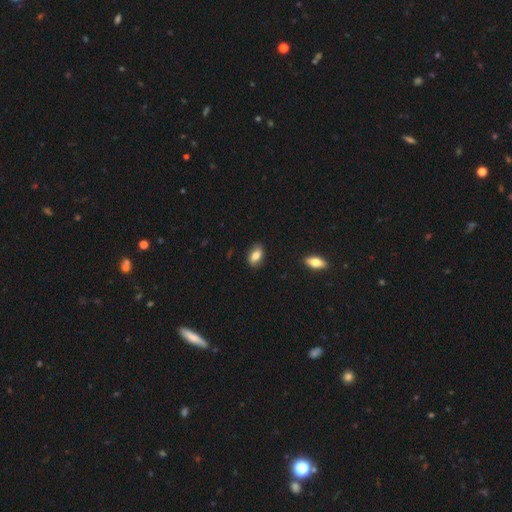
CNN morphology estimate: Smooth or featured? smooth (80%)
How rounded? in between (89%)
Merging? none (84%)